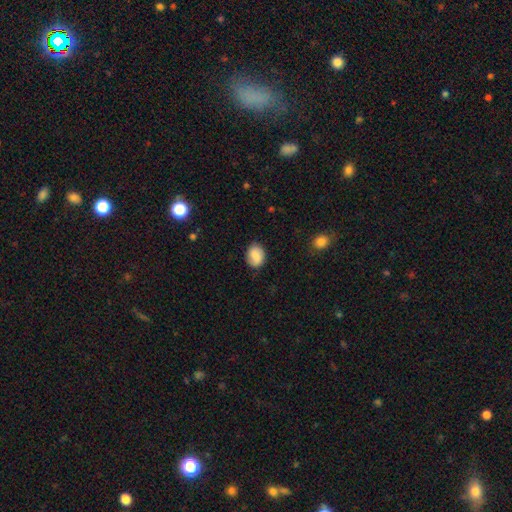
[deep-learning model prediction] A smooth galaxy with no disk features (81%) that is in between round and cigar-shaped (55%). Merging: none (83%).